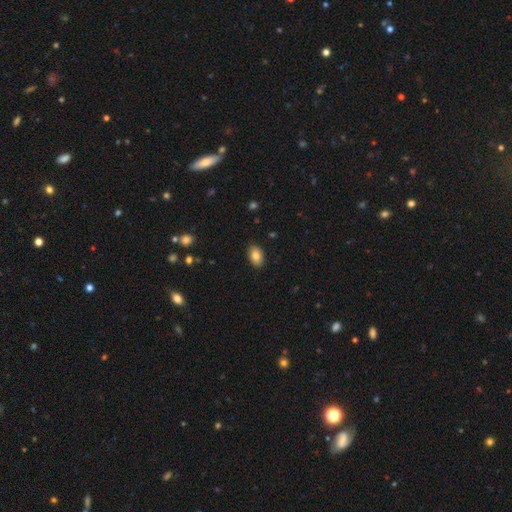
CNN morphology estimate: smooth-or-featured: smooth: 83% | featured or disk: 9% | star or artifact: 8%
  how-rounded: in between: 88% | round: 10% | cigar-shaped: 1%
  merging: none: 89% | minor disturbance: 8% | major disturbance: 2% | merger: 1%